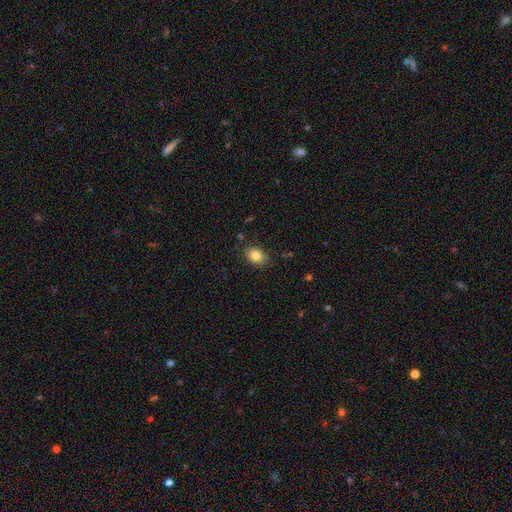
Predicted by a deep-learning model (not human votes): Smooth or featured? smooth (83%)
How rounded? in between (76%)
Merging? none (85%)